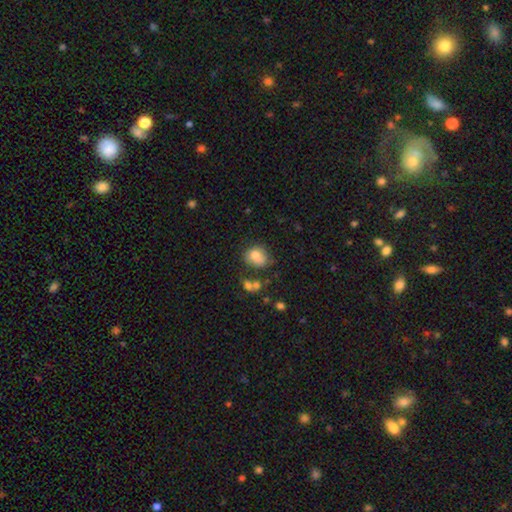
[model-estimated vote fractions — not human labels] The model was most divided on "how rounded": round: 58%, in between: 41%, cigar-shaped: 1%. Remaining: smooth or featured — smooth (76%); merging — none (50%).